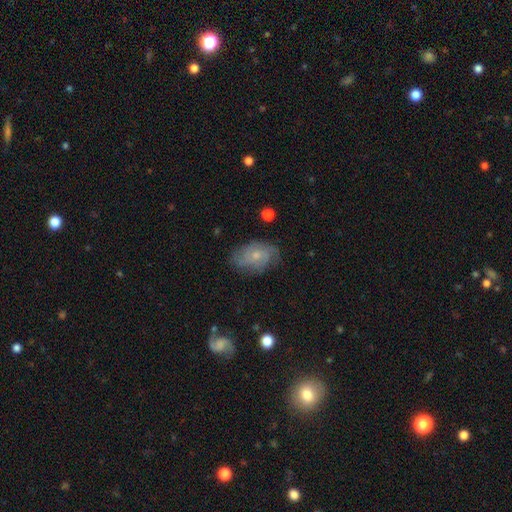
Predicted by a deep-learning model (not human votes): A featured or disk galaxy (62%) with no bar (75%), spiral arms (84%) and a small central bulge (64%).

Vote fractions:
- Smooth or featured? featured or disk: 62% / smooth: 30% / star or artifact: 9%
- Edge-on disk? no: 95% / yes: 5%
- Bar? no: 75% / weak: 22% / strong: 3%
- Spiral arms? yes: 84% / no: 16%
- Bulge size? small: 64% / moderate: 31% / none: 3% / large: 1% / dominant: 1%
- Merging? none: 68% / minor disturbance: 22% / major disturbance: 8% / merger: 1%